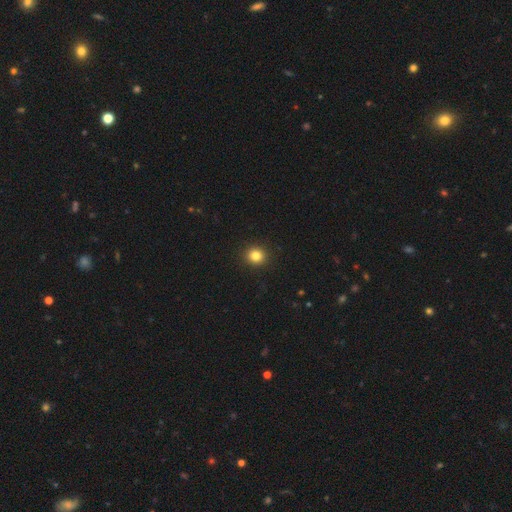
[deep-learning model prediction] smooth-or-featured: smooth: 83% | star or artifact: 12% | featured or disk: 5%
  how-rounded: round: 89% | in between: 10% | cigar-shaped: 1%
  merging: none: 93% | minor disturbance: 5% | major disturbance: 2% | merger: 1%